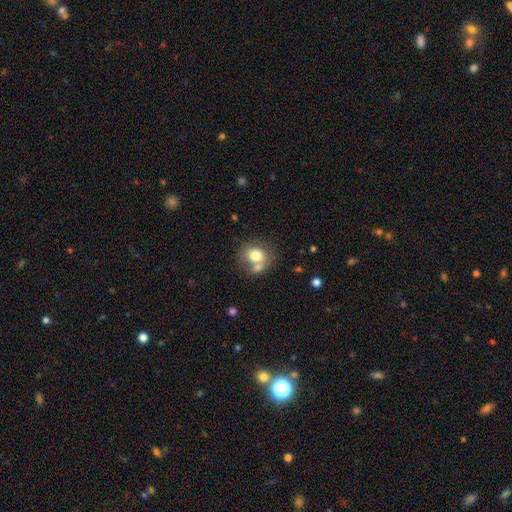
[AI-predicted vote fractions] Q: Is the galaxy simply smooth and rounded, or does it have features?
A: smooth — 73%.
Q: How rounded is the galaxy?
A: round — 66%.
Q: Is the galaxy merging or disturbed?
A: none — 45%.